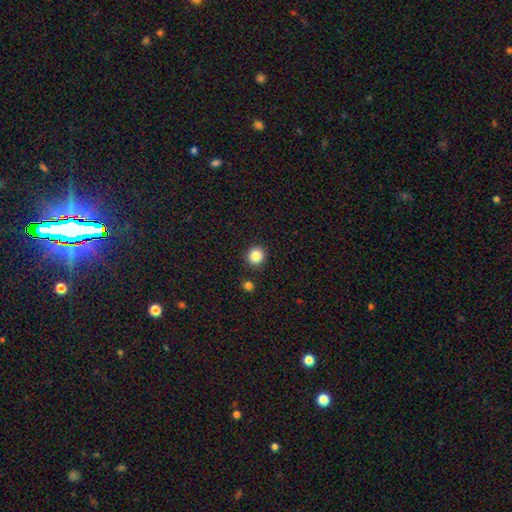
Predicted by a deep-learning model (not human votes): Smooth or featured? smooth (85%)
How rounded? round (91%)
Merging? none (90%)